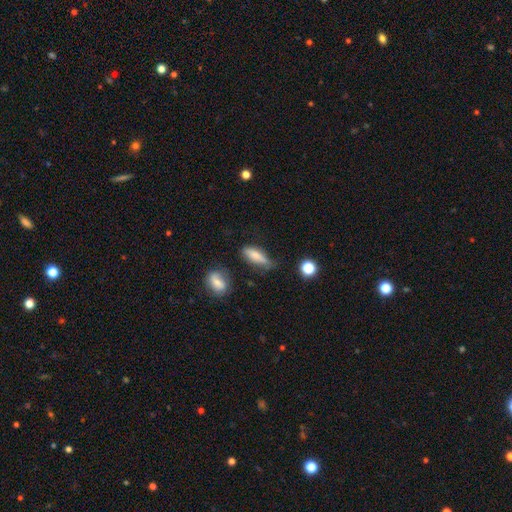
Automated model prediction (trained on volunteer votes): Smooth or featured? smooth (76%)
How rounded? in between (52%)
Merging? none (52%)